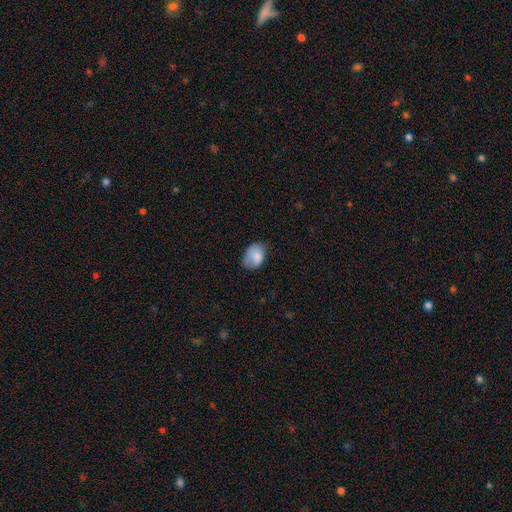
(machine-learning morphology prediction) Smooth or featured?
  - smooth: 82% *
  - featured or disk: 11%
  - star or artifact: 8%
How rounded?
  - in between: 78% *
  - round: 21%
  - cigar-shaped: 1%
Merging?
  - none: 48% *
  - minor disturbance: 37%
  - major disturbance: 13%
  - merger: 2%